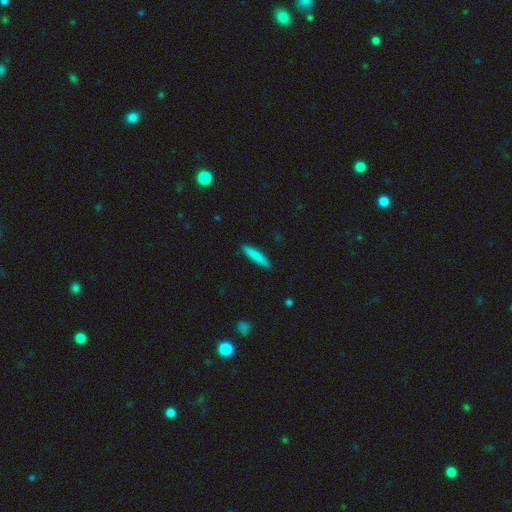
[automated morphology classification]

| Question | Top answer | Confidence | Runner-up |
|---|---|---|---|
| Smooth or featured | smooth | 84% | featured or disk (10%) |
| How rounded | cigar-shaped | 88% | in between (10%) |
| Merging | none | 91% | minor disturbance (7%) |